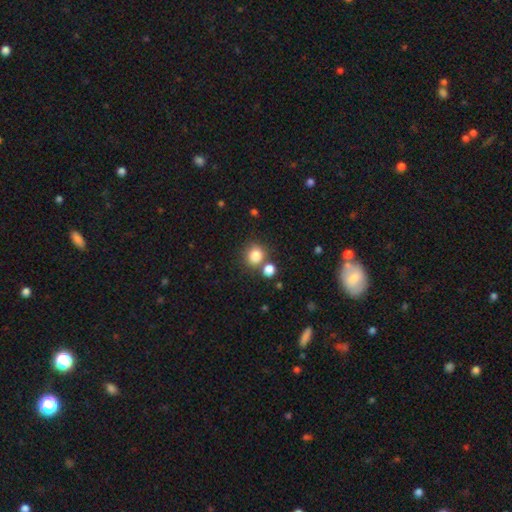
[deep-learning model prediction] This appears to be a smooth galaxy with no disk features (84%) that is round (82%). Merging: none (66%).